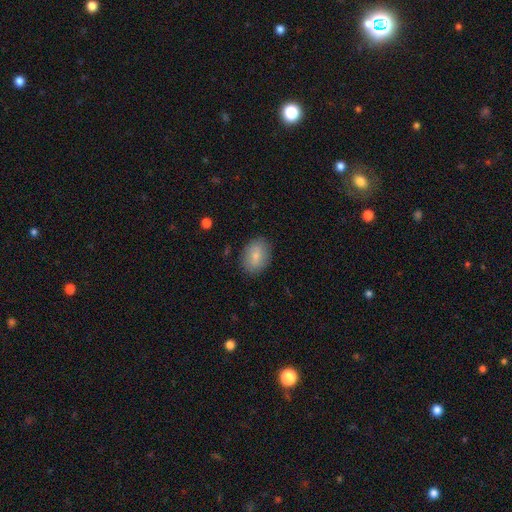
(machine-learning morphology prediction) This is likely a smooth galaxy (77%). How rounded: likely in between (73%). Merging: clearly none (84%).